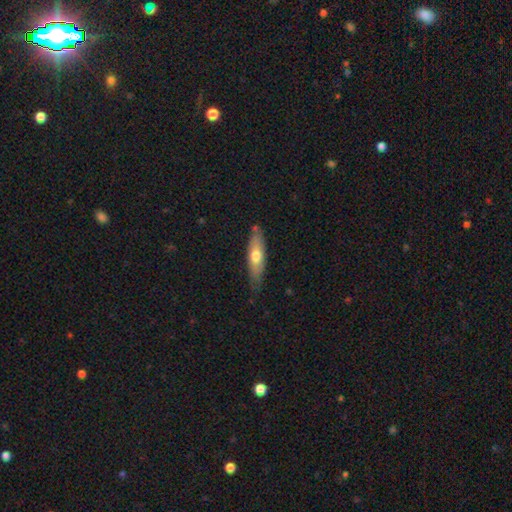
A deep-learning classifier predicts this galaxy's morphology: smooth-or-featured: smooth: 59% | featured or disk: 35% | star or artifact: 6%
  how-rounded: cigar-shaped: 57% | in between: 41% | round: 2%
  merging: none: 72% | minor disturbance: 21% | major disturbance: 4% | merger: 3%